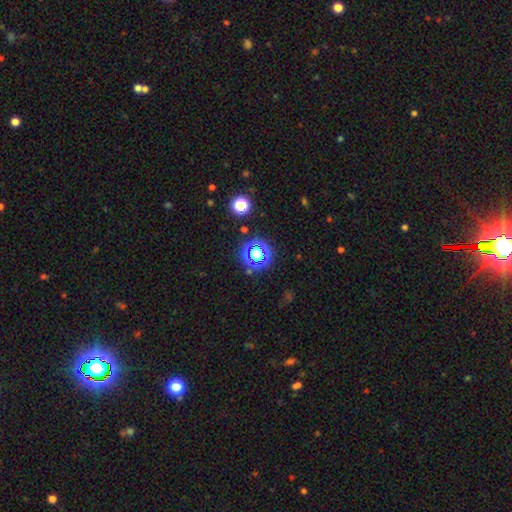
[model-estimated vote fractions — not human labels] Q: Smooth or featured?
A: star or artifact (60%); runner-up: smooth (29%)